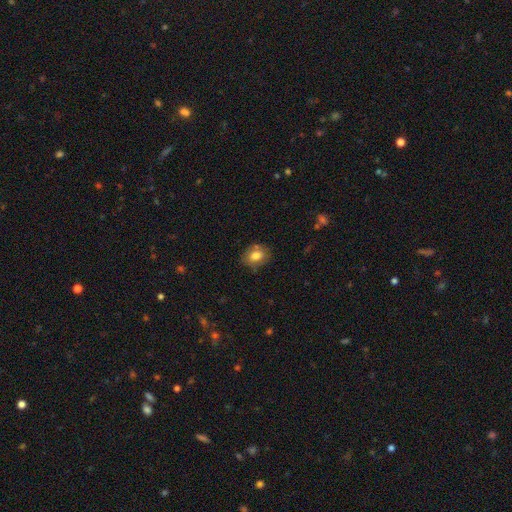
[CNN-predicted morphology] A smooth galaxy with no disk features (79%) that is round (54%). Merging: none (77%).